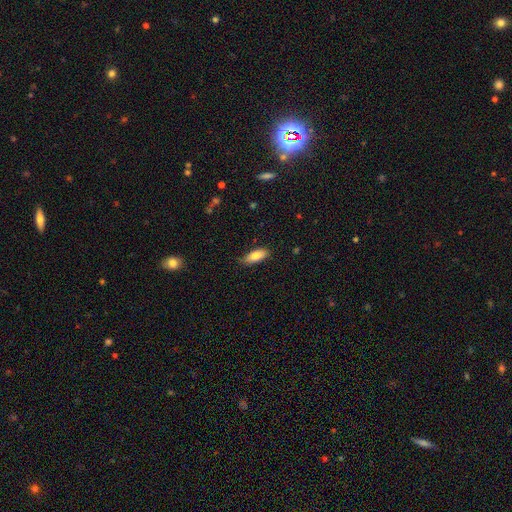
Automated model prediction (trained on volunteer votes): Smooth or featured? smooth (81%)
How rounded? in between (78%)
Merging? none (78%)